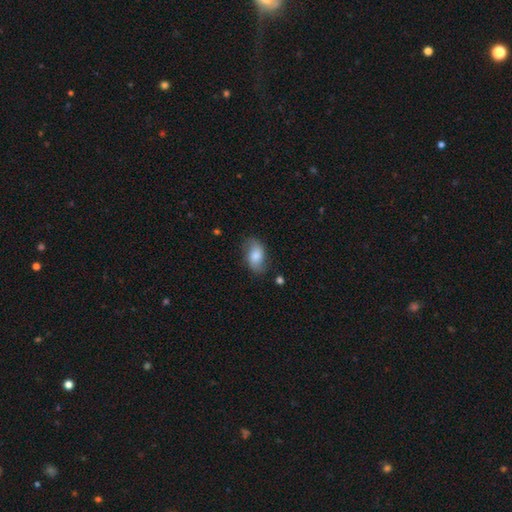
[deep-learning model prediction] This is likely a smooth galaxy (69%). How rounded: clearly in between (91%). Merging: likely none (72%).